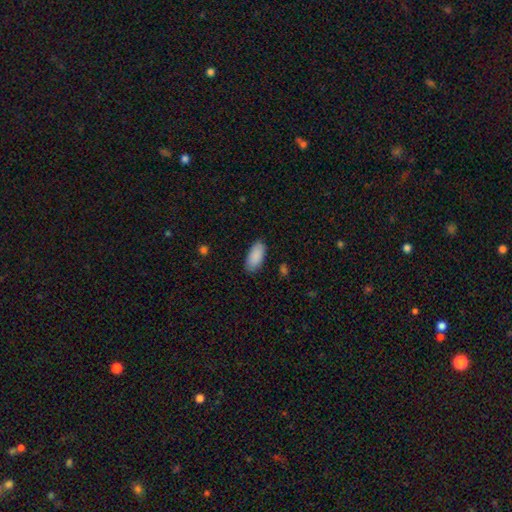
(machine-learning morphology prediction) This is clearly a smooth galaxy (90%). How rounded: clearly in between (91%). Merging: clearly none (85%).